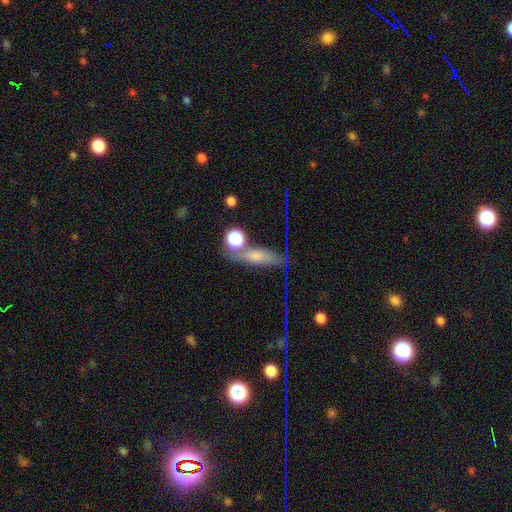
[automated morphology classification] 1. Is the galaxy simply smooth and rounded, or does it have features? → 50% smooth, 31% featured or disk, 19% star or artifact.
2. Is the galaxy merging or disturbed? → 62% none, 15% minor disturbance, 15% merger, 8% major disturbance.